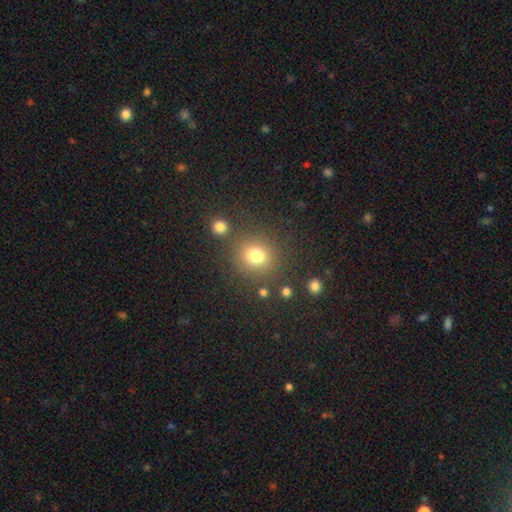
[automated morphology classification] smooth 77%, star or artifact 15%, featured or disk 7%. Down the decision tree: how rounded — round (88%); merging — none (81%).